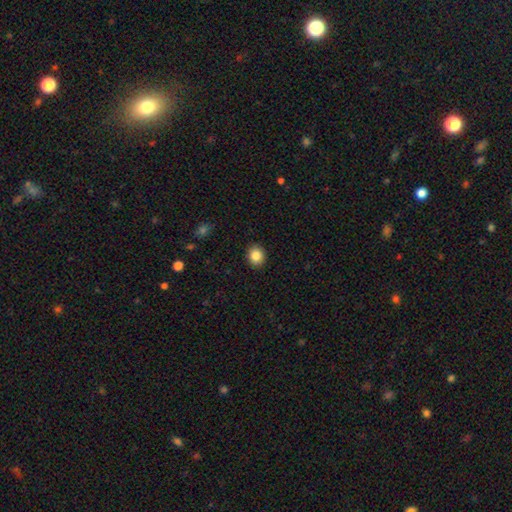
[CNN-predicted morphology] Smooth or featured?
  - smooth: 85% *
  - star or artifact: 9%
  - featured or disk: 6%
How rounded?
  - round: 67% *
  - in between: 32%
  - cigar-shaped: 1%
Merging?
  - none: 91% *
  - minor disturbance: 6%
  - major disturbance: 2%
  - merger: 1%